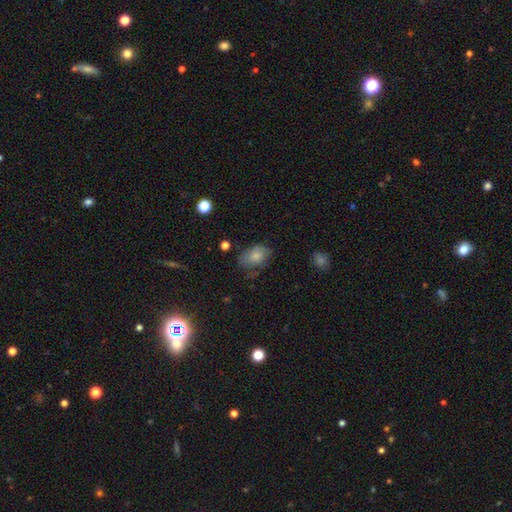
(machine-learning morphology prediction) type=smooth (78%); roundness=in between (82%); merging=none (57%).